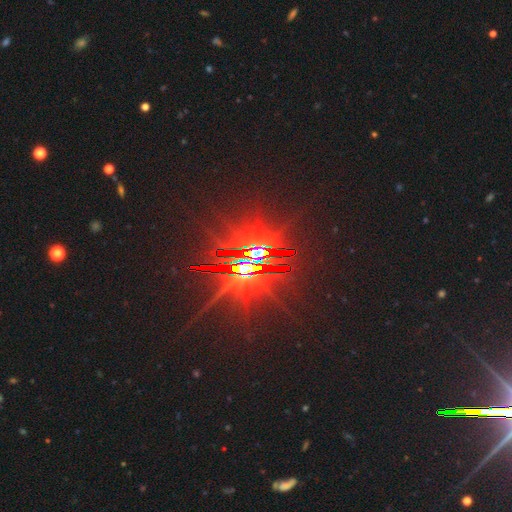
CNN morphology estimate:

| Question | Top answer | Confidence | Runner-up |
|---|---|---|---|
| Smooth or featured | star or artifact | 81% | featured or disk (11%) |